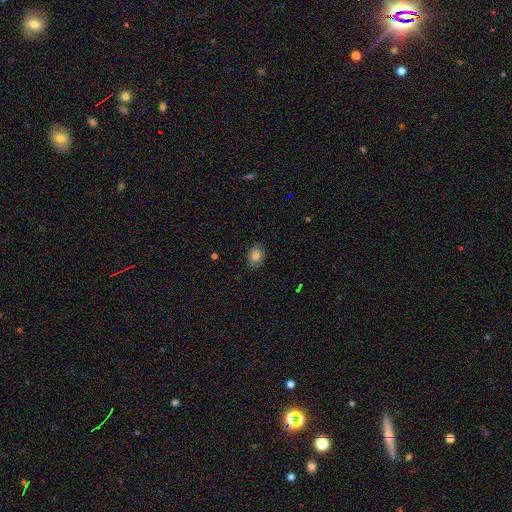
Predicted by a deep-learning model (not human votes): smooth-or-featured: smooth: 79% | star or artifact: 11% | featured or disk: 10%
  how-rounded: in between: 61% | round: 38% | cigar-shaped: 1%
  merging: none: 83% | minor disturbance: 13% | major disturbance: 3% | merger: 1%